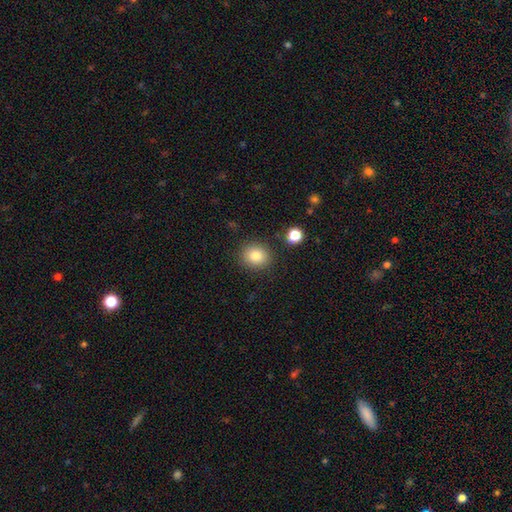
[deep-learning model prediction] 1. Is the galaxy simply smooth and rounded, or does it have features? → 81% smooth, 11% star or artifact, 8% featured or disk.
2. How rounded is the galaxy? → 82% round, 17% in between, 1% cigar-shaped.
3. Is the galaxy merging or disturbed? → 87% none, 7% minor disturbance, 3% major disturbance, 3% merger.